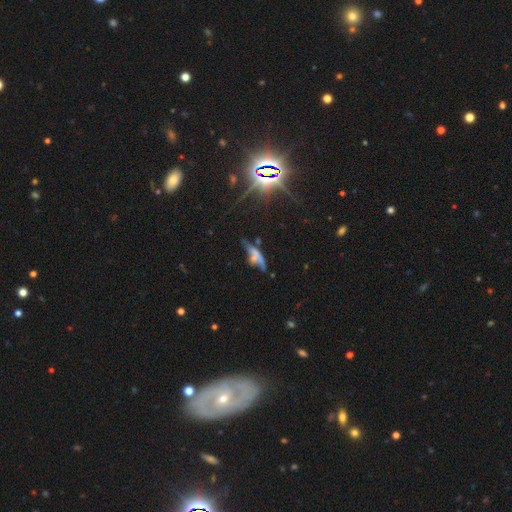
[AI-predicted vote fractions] This appears to be a featured or disk galaxy (46%). Merging: none (34%).